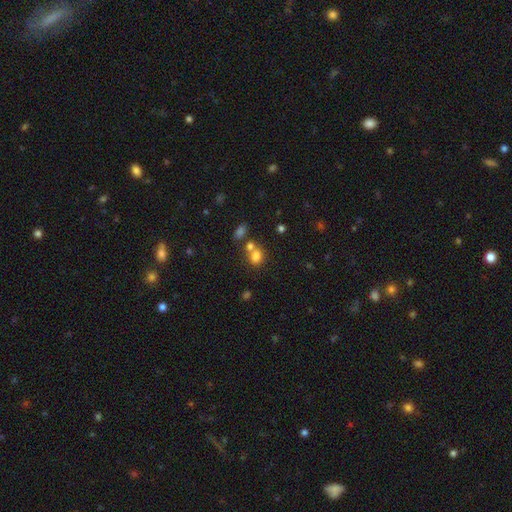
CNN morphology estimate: A smooth galaxy with no disk features (77%) that is round (58%).

Vote fractions:
- Smooth or featured? smooth: 77% / star or artifact: 14% / featured or disk: 9%
- How rounded? round: 58% / in between: 41% / cigar-shaped: 1%
- Merging? none: 47% / merger: 39% / minor disturbance: 10% / major disturbance: 5%